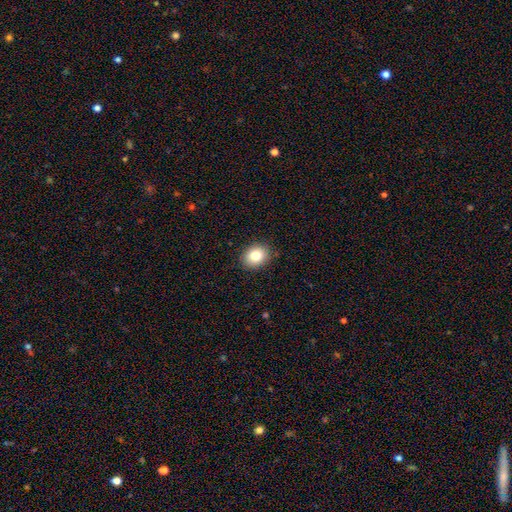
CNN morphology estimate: smooth_or_featured: smooth (p=0.82) [alt: star or artifact p=0.09]
how_rounded: round (p=0.52) [alt: in between p=0.47]
merging: none (p=0.89) [alt: minor disturbance p=0.08]